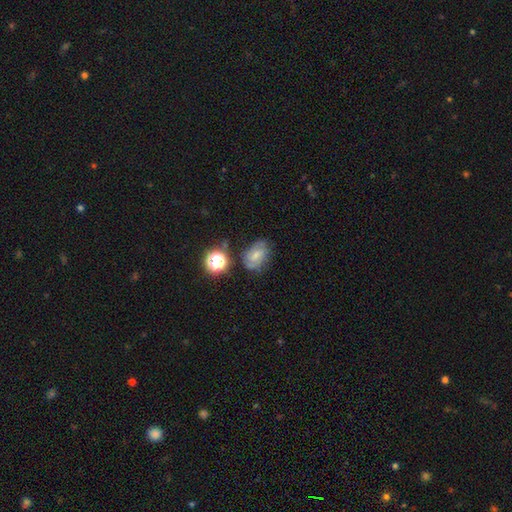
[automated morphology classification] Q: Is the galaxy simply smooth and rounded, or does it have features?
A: featured or disk — 50%.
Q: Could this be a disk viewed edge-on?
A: no — 96%.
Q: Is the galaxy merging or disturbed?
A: none — 61%.